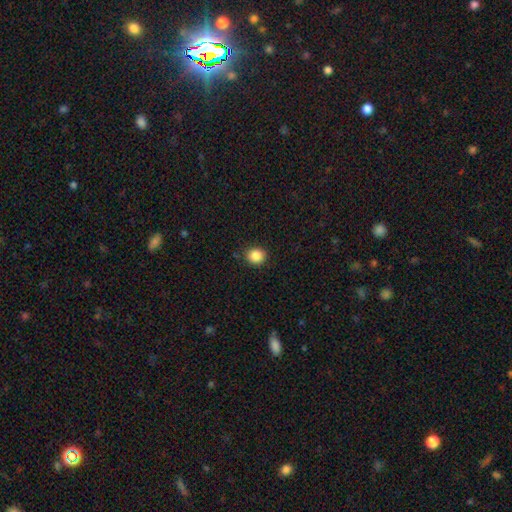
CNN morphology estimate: type=smooth (87%); roundness=round (83%); merging=none (88%).